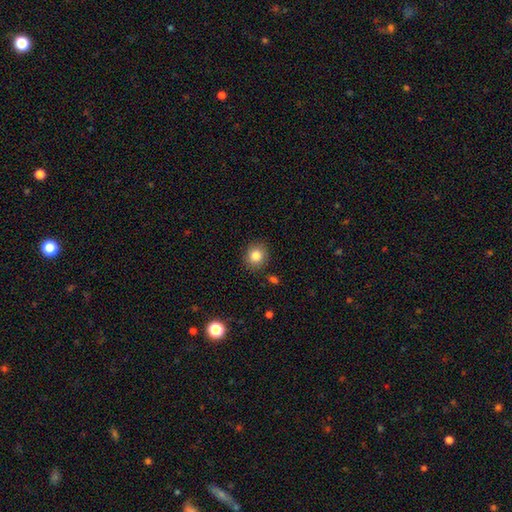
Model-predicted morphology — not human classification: A smooth galaxy with no disk features (84%) that is round (82%).

Vote fractions:
- Smooth or featured? smooth: 84% / star or artifact: 10% / featured or disk: 6%
- How rounded? round: 82% / in between: 17% / cigar-shaped: 1%
- Merging? none: 88% / minor disturbance: 8% / major disturbance: 2% / merger: 2%